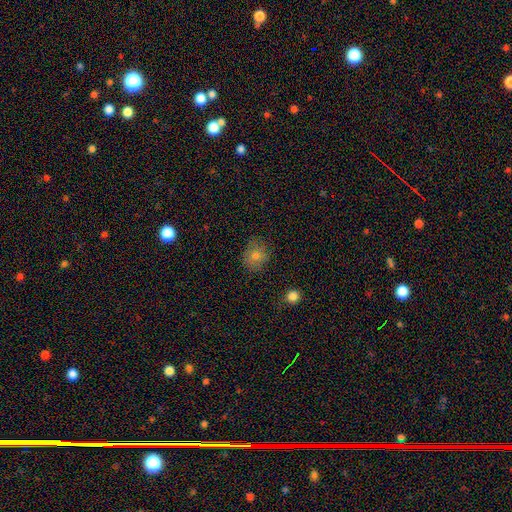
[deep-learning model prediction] A smooth galaxy with no disk features (72%) that is round (77%).

Vote fractions:
- Smooth or featured? smooth: 72% / star or artifact: 14% / featured or disk: 13%
- How rounded? round: 77% / in between: 22% / cigar-shaped: 1%
- Merging? none: 79% / minor disturbance: 16% / major disturbance: 4% / merger: 1%